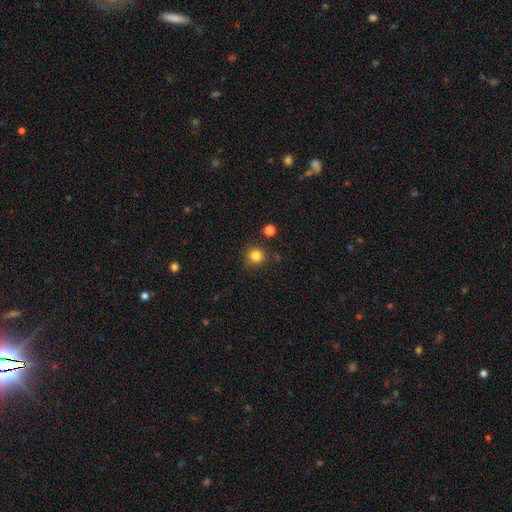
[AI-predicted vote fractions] A smooth galaxy with no disk features (83%) that is round (93%). Merging: none (85%).